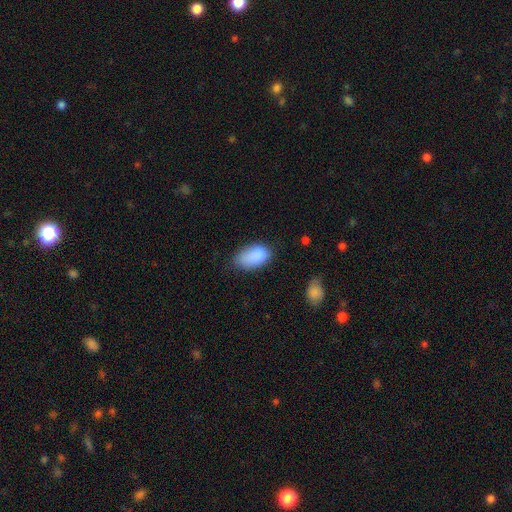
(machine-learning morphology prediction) smooth 87%, star or artifact 7%, featured or disk 6%. Down the decision tree: how rounded — in between (93%); merging — none (58%).